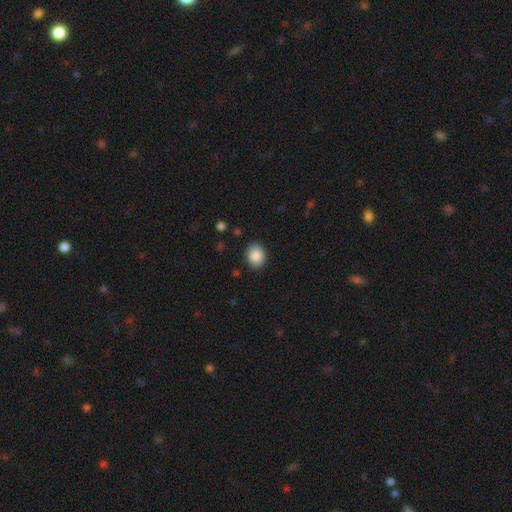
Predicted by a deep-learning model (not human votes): This is clearly a smooth galaxy (86%). How rounded: possibly round (50%). Merging: clearly none (88%).